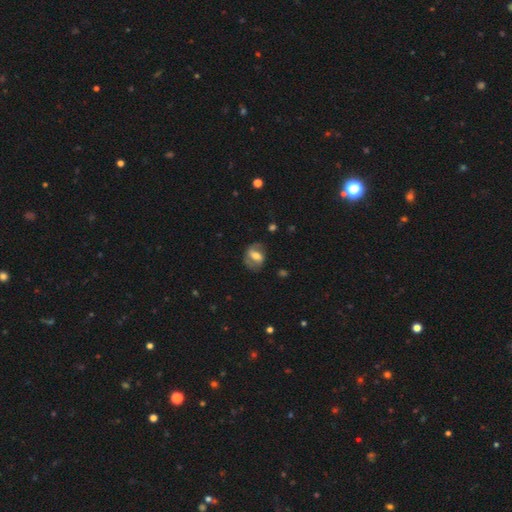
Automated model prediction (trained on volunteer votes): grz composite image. It shows a featured or disk galaxy (54%) with a strong bar (42%), spiral arms (64%) and a moderate central bulge (54%). Merging: none (63%).